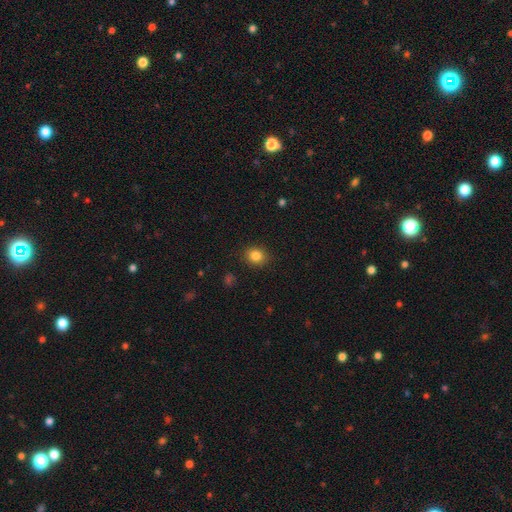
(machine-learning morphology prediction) Smooth or featured: smooth — 84% (star or artifact — 11%)
How rounded: round — 70% (in between — 30%)
Merging: none — 88% (minor disturbance — 8%)